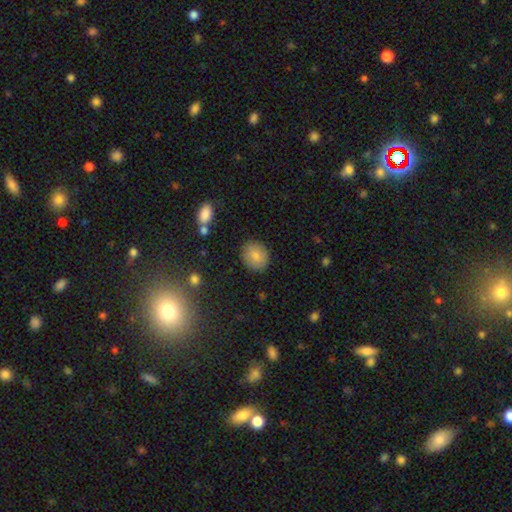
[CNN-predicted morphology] This is clearly a smooth galaxy (82%). How rounded: likely round (74%). Merging: clearly none (86%).